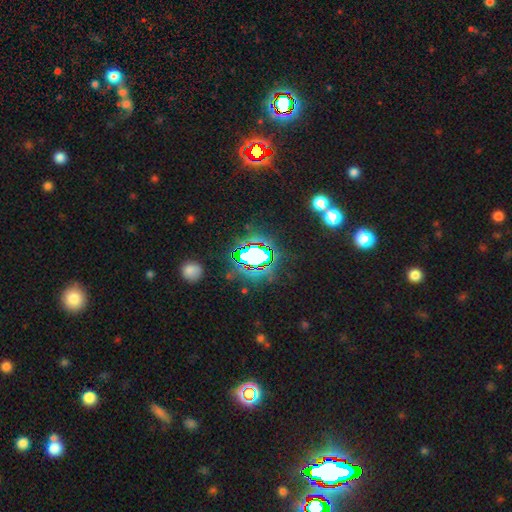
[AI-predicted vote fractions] The model was most divided on "smooth or featured": star or artifact: 69%, smooth: 19%, featured or disk: 12%.